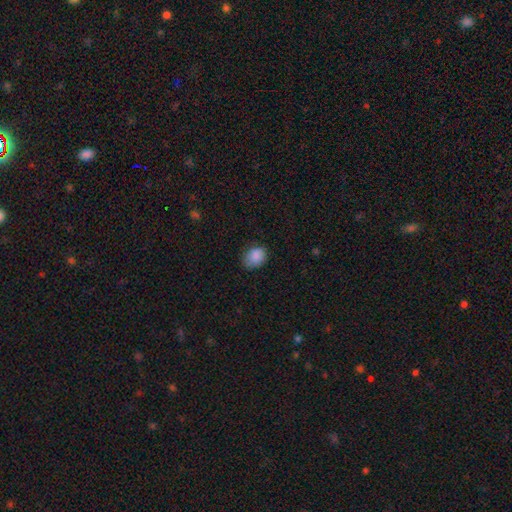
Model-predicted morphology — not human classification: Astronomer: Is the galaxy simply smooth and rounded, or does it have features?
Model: smooth — 87%.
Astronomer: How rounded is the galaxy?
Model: in between — 58% (runner-up: round, 41%).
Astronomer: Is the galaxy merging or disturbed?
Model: none — 70%.